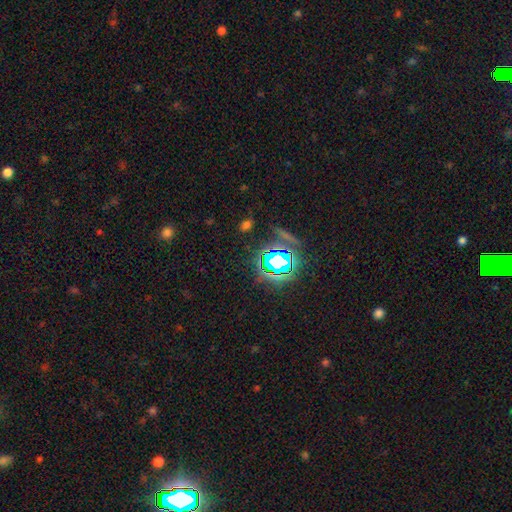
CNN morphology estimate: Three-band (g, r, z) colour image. It shows a star or artifact, not a galaxy (79%).